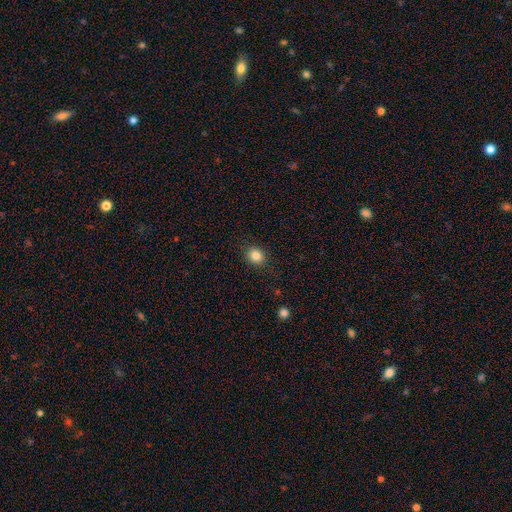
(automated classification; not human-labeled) A smooth galaxy with no disk features (84%) that is round (64%). Merging: none (88%).